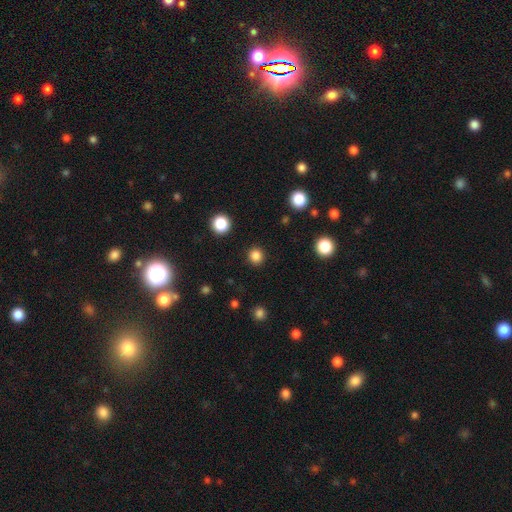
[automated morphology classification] A smooth galaxy with no disk features (84%) that is round (93%).

Vote fractions:
- Smooth or featured? smooth: 84% / star or artifact: 13% / featured or disk: 3%
- How rounded? round: 93% / in between: 6% / cigar-shaped: 1%
- Merging? none: 91% / minor disturbance: 5% / major disturbance: 2% / merger: 1%